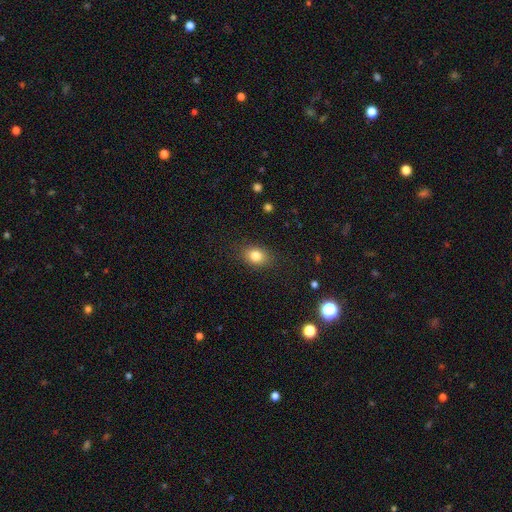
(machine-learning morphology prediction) smooth-or-featured: smooth: 82% | star or artifact: 10% | featured or disk: 8%
  how-rounded: in between: 66% | round: 32% | cigar-shaped: 1%
  merging: none: 86% | minor disturbance: 10% | major disturbance: 3% | merger: 1%